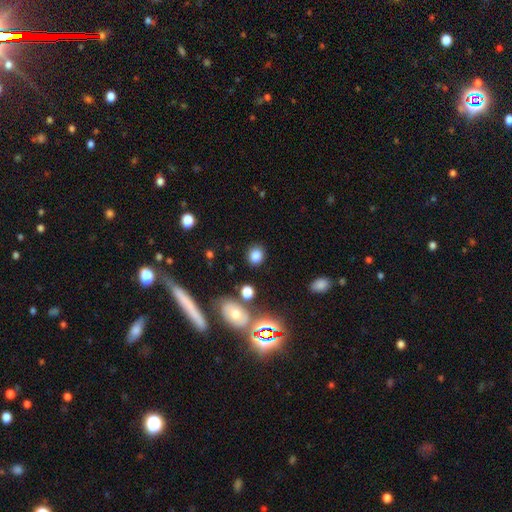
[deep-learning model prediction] This is clearly a smooth galaxy (81%). How rounded: likely round (64%). Merging: clearly none (84%).